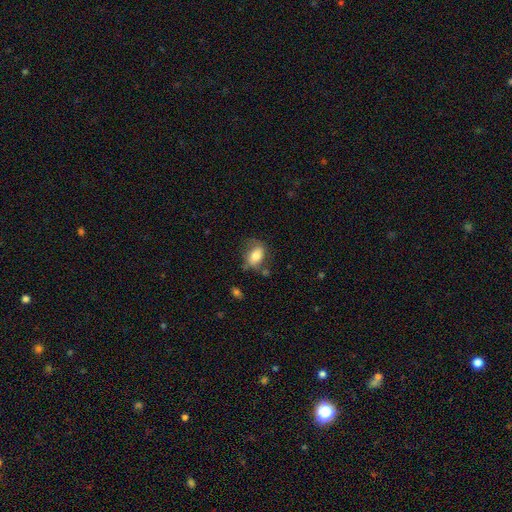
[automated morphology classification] A smooth galaxy with no disk features (72%) that is in between round and cigar-shaped (81%).

Vote fractions:
- Smooth or featured? smooth: 72% / featured or disk: 21% / star or artifact: 8%
- How rounded? in between: 81% / round: 16% / cigar-shaped: 2%
- Merging? none: 50% / minor disturbance: 30% / major disturbance: 15% / merger: 5%